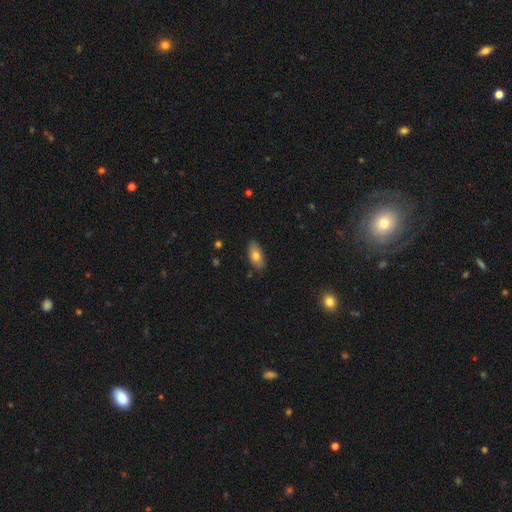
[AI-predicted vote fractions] Smooth or featured? Predicted: smooth (p=0.79). How rounded? Predicted: in between (p=0.91). Merging? Predicted: none (p=0.85).